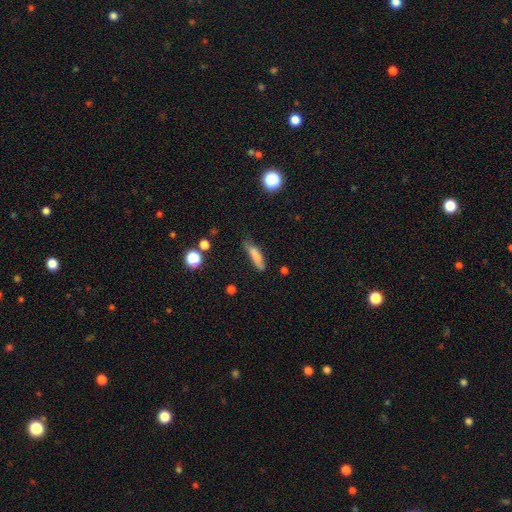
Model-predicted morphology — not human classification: Overall: smooth (78%). How rounded: cigar-shaped (70%). Merging: none (57%; minor disturbance 31%).